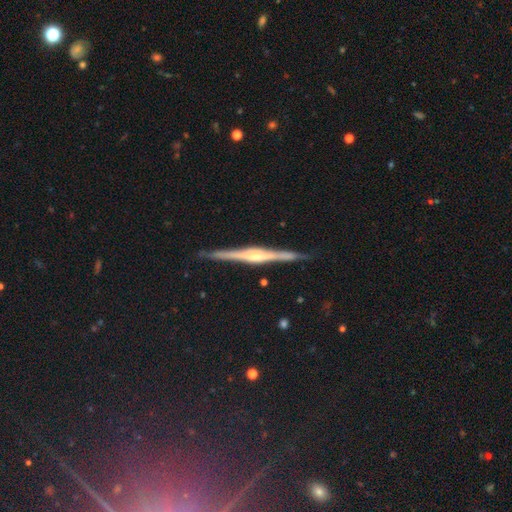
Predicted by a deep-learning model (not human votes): Smooth or featured? Predicted: featured or disk (p=0.85). Edge-on disk? Predicted: yes (p=0.98). Edge-on bulge? Predicted: rounded (p=0.63). Merging? Predicted: none (p=0.90).